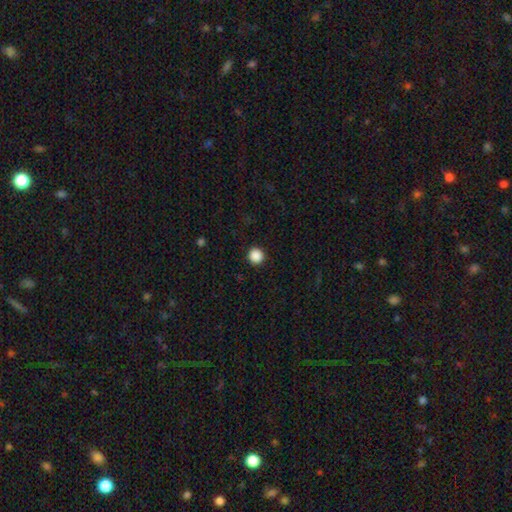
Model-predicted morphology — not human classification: Smooth or featured?
  - smooth: 88% *
  - star or artifact: 10%
  - featured or disk: 2%
How rounded?
  - round: 95% *
  - in between: 4%
  - cigar-shaped: 1%
Merging?
  - none: 92% *
  - minor disturbance: 5%
  - major disturbance: 2%
  - merger: 1%